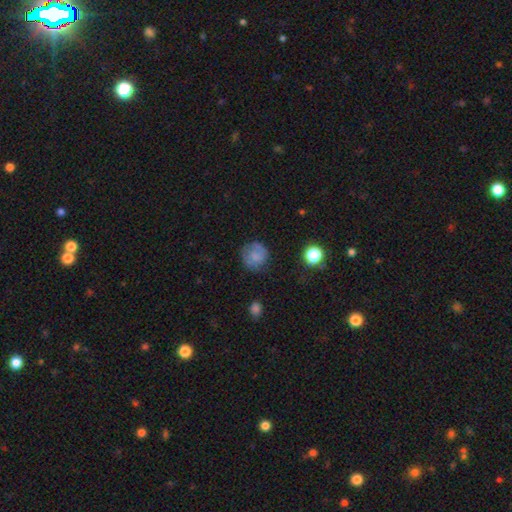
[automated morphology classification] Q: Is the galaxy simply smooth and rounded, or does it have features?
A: smooth — 64%.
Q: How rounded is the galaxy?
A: round — 87%.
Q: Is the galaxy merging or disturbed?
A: none — 70%.